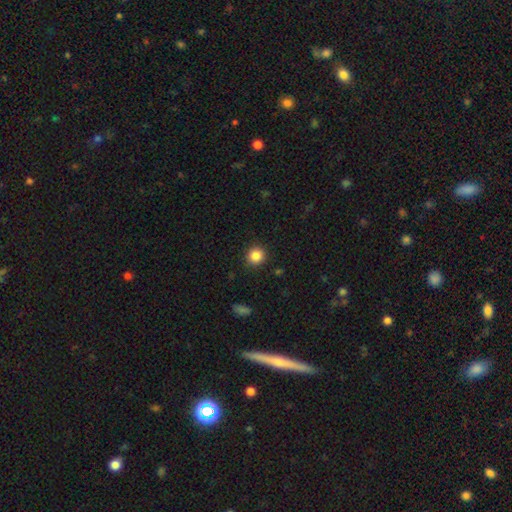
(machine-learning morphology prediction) A smooth galaxy with no disk features (86%) that is round (92%). Merging: none (91%).